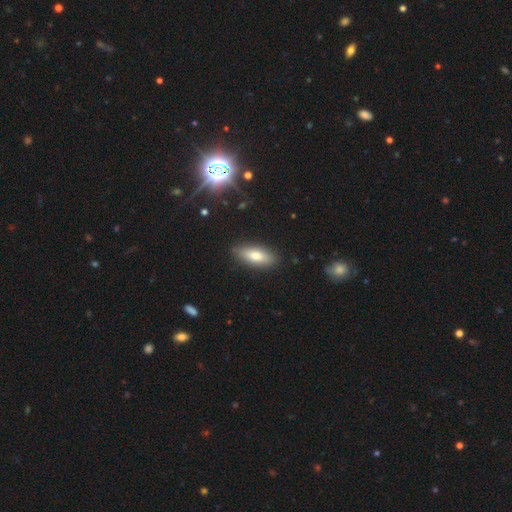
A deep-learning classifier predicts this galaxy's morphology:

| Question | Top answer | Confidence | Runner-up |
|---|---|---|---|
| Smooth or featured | smooth | 73% | featured or disk (20%) |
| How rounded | in between | 74% | cigar-shaped (24%) |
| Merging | none | 87% | minor disturbance (10%) |